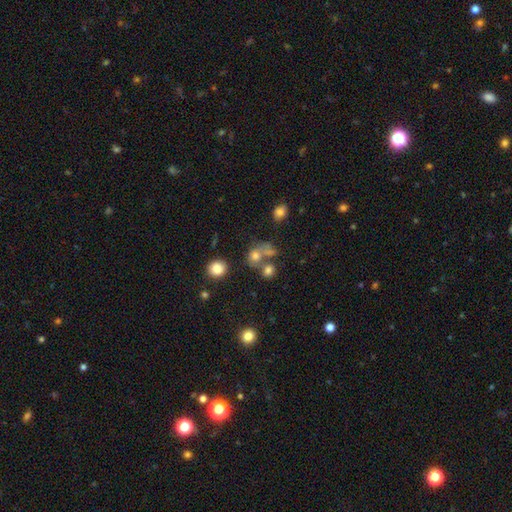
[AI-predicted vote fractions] Smooth or featured?
  - smooth: 67% *
  - star or artifact: 19%
  - featured or disk: 15%
How rounded?
  - round: 68% *
  - in between: 31%
  - cigar-shaped: 1%
Merging?
  - none: 41% *
  - merger: 39%
  - minor disturbance: 11%
  - major disturbance: 9%